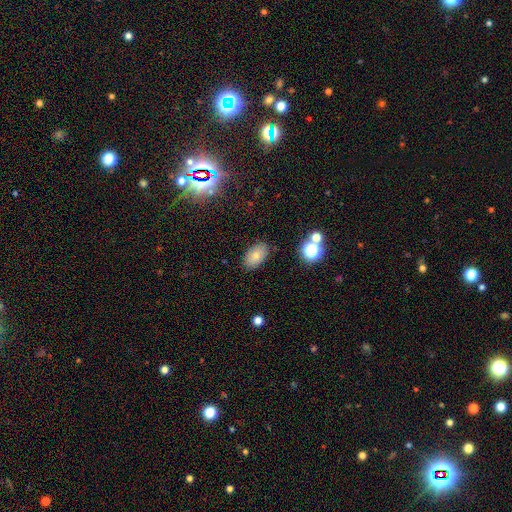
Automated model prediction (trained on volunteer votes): The model was most divided on "smooth or featured": smooth: 75%, featured or disk: 13%, star or artifact: 11%. More confident: how rounded — in between (90%); merging — none (85%).